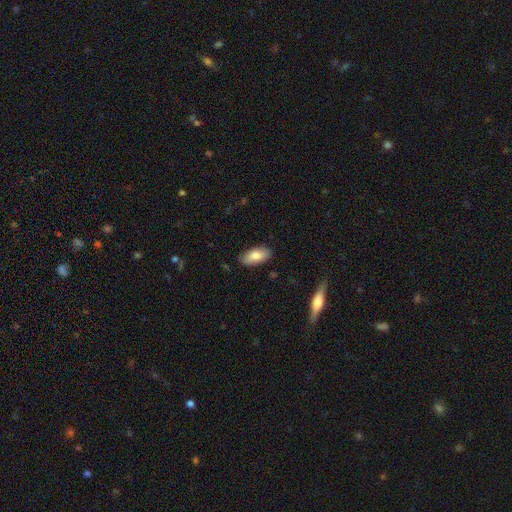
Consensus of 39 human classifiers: This appears to be a smooth galaxy with no disk features (79%) that is in between round and cigar-shaped (97%). Merging: none (82%).